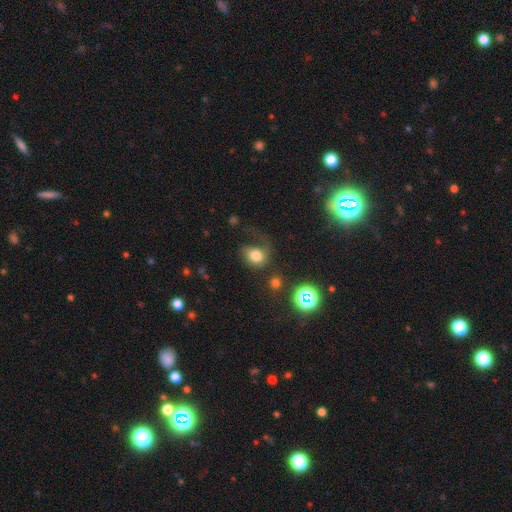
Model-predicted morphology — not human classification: This is likely a smooth galaxy (69%). How rounded: possibly round (57%). Merging: marginally major disturbance (39%).